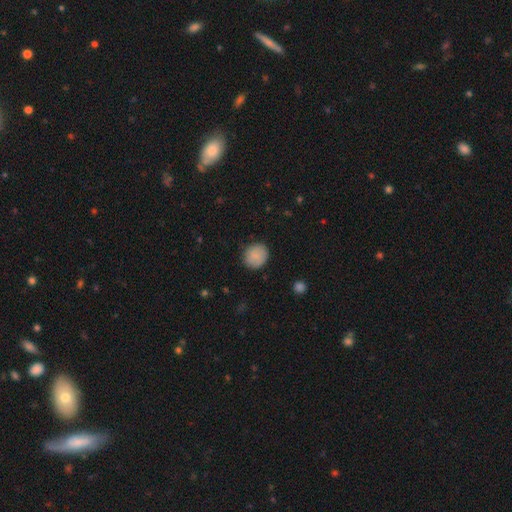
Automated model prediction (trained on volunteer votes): smooth_or_featured: smooth (p=0.86) [alt: star or artifact p=0.08]
how_rounded: round (p=0.82) [alt: in between p=0.18]
merging: none (p=0.86) [alt: minor disturbance p=0.10]